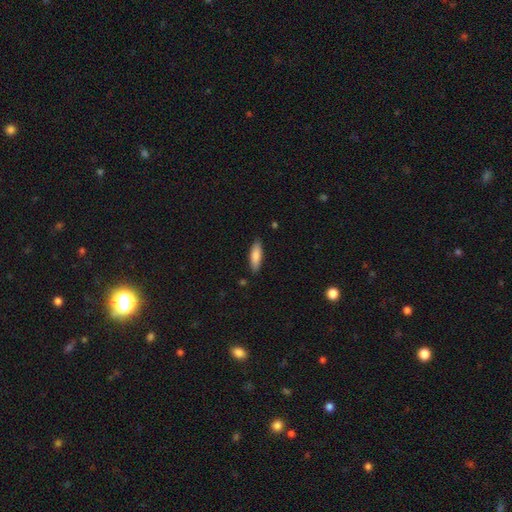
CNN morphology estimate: smooth_or_featured: smooth (p=0.83) [alt: featured or disk p=0.11]
how_rounded: cigar-shaped (p=0.51) [alt: in between p=0.47]
merging: none (p=0.86) [alt: minor disturbance p=0.11]